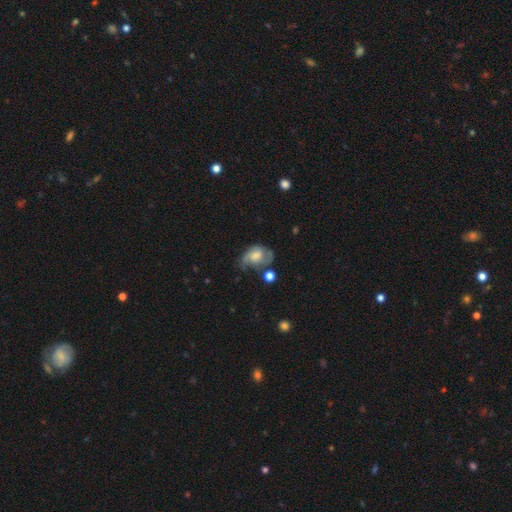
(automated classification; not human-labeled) smooth-or-featured: featured or disk: 60% | smooth: 32% | star or artifact: 8%
  disk-edge-on: no: 96% | yes: 4%
    bar: no: 61% | weak: 33% | strong: 6%
    has-spiral-arms: yes: 82% | no: 18%
    bulge-size: moderate: 48% | small: 25% | large: 16% | none: 10% | dominant: 2%
  merging: none: 38% | minor disturbance: 29% | major disturbance: 25% | merger: 8%